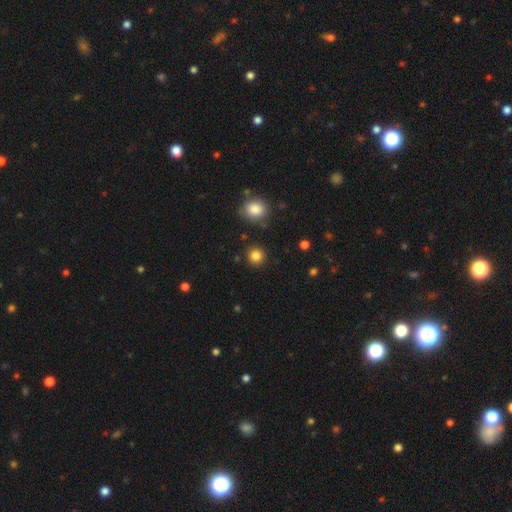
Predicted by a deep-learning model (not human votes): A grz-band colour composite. It shows a smooth galaxy with no disk features (84%) that is round (93%). Merging: none (90%).